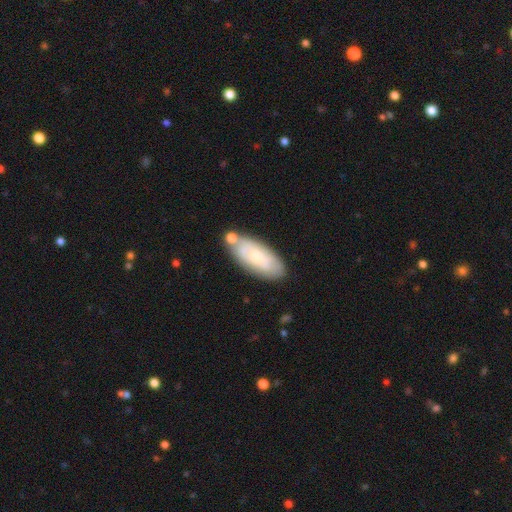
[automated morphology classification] type=smooth (56%); roundness=in between (81%); merging=none (68%).